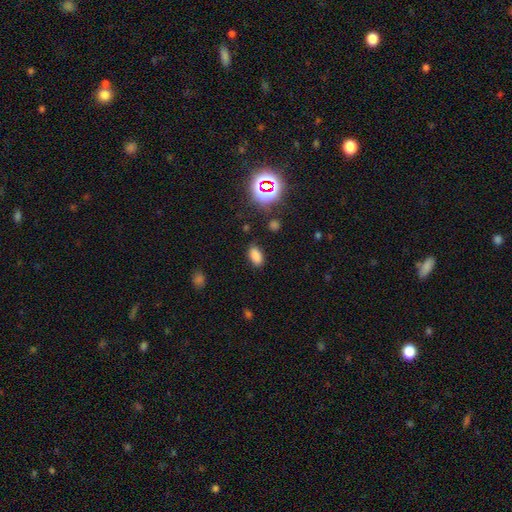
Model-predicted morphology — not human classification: Smooth or featured? Predicted: smooth (p=0.78). How rounded? Predicted: in between (p=0.90). Merging? Predicted: none (p=0.84).